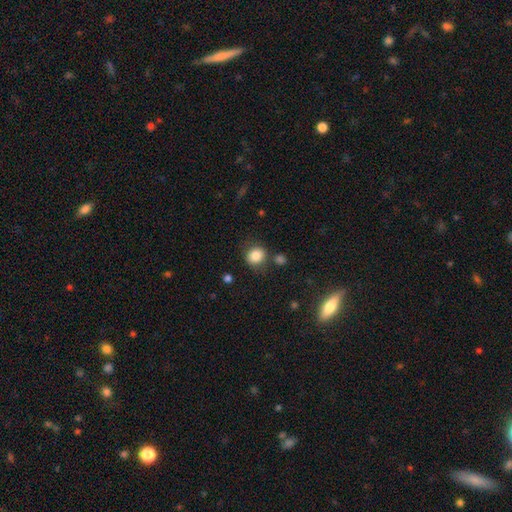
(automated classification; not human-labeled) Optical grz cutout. It shows a smooth galaxy with no disk features (84%) that is round (78%). Merging: none (75%).